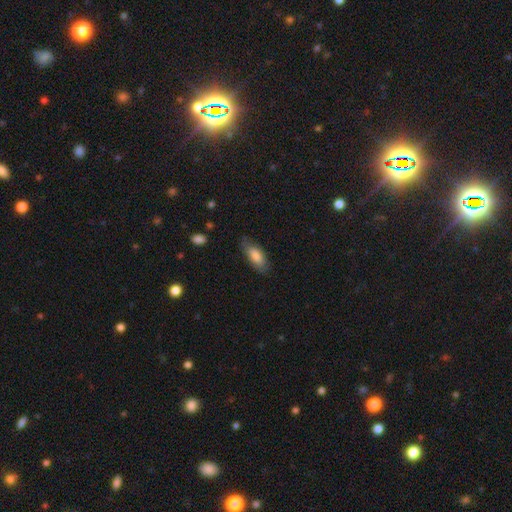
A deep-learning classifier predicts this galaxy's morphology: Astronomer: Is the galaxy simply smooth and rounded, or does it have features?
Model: smooth — 78%.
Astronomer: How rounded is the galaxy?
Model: in between — 80%.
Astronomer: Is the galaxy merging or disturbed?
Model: none — 75%.